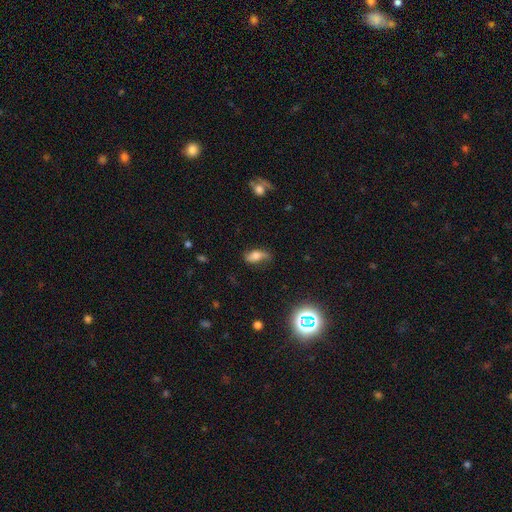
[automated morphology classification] Smooth or featured?
  - smooth: 50% *
  - featured or disk: 38%
  - star or artifact: 12%
Merging?
  - none: 59% *
  - minor disturbance: 28%
  - major disturbance: 10%
  - merger: 2%